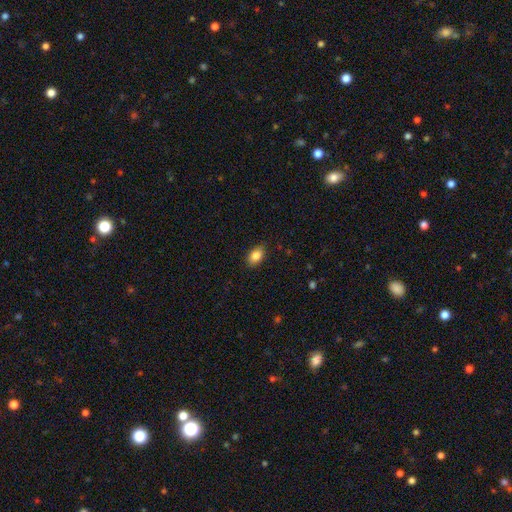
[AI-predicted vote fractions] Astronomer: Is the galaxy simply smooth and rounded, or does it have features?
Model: smooth — 85%.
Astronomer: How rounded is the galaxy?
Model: in between — 83%.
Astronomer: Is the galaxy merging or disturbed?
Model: none — 85%.